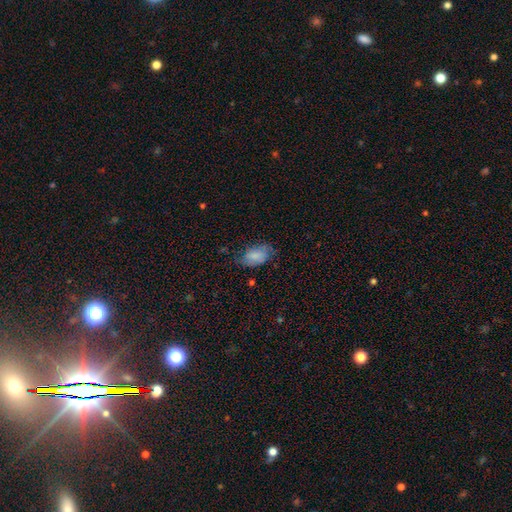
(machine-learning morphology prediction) smooth 69%, featured or disk 24%, star or artifact 8%. Down the decision tree: how rounded — in between (92%); merging — none (57%).